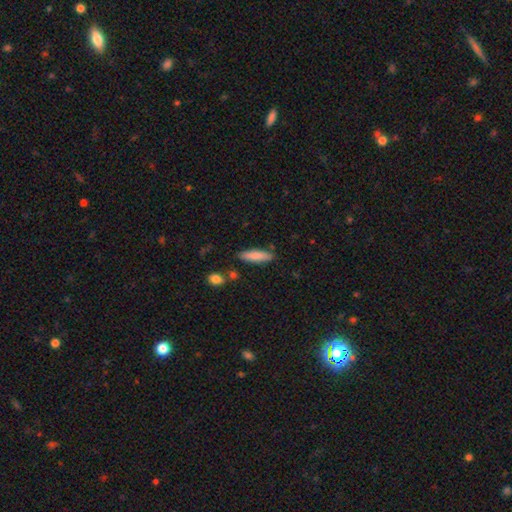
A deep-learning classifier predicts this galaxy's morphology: type=smooth (83%); roundness=cigar-shaped (68%); merging=none (84%).